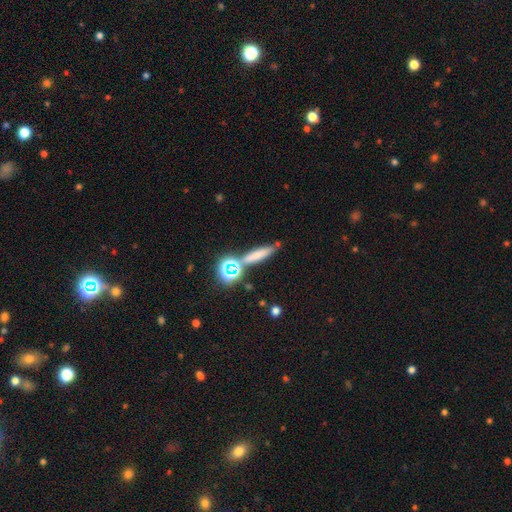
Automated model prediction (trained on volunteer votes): The model was most divided on "smooth or featured": smooth: 65%, star or artifact: 18%, featured or disk: 17%. More confident: how rounded — cigar-shaped (74%); merging — none (72%).